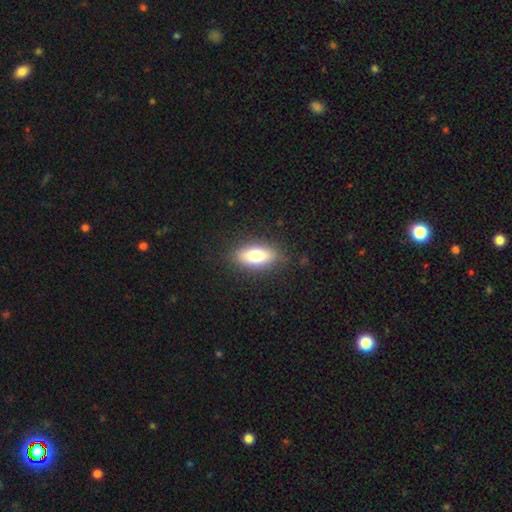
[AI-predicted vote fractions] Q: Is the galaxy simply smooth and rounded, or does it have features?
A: smooth — 77%.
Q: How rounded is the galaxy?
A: in between — 82%.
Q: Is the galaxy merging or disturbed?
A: none — 85%.